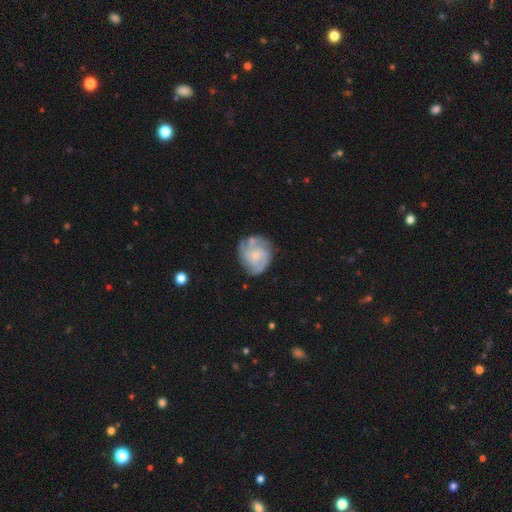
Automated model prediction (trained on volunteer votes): Q: Smooth or featured?
A: featured or disk (70%); runner-up: smooth (24%)
Q: Edge-on disk?
A: no (98%); runner-up: yes (2%)
Q: Bar?
A: no (70%); runner-up: weak (26%)
Q: Spiral arms?
A: yes (87%); runner-up: no (13%)
Q: Spiral winding?
A: tight (48%); runner-up: medium (39%)
Q: Spiral arm count?
A: 3 (32%); runner-up: can't tell (29%)
Q: Bulge size?
A: small (53%); runner-up: moderate (29%)
Q: Merging?
A: none (64%); runner-up: minor disturbance (22%)